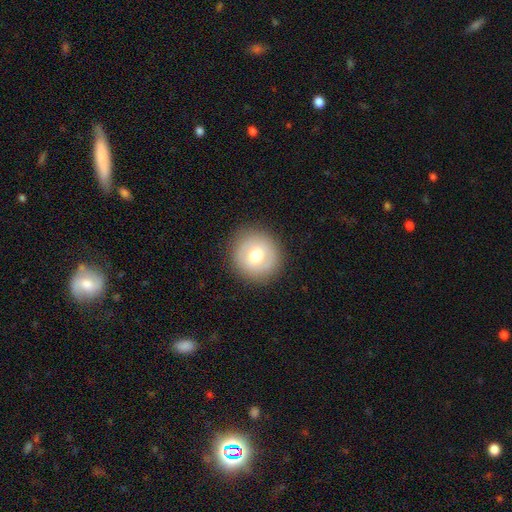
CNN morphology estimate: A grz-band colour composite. It shows a smooth galaxy with no disk features (61%) that is round (94%). Merging: none (88%).